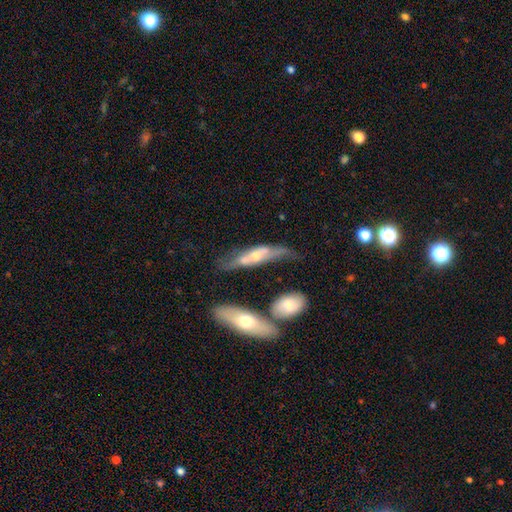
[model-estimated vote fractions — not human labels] A featured or disk galaxy (59%) viewed edge-on (59%). Merging: none (42%).